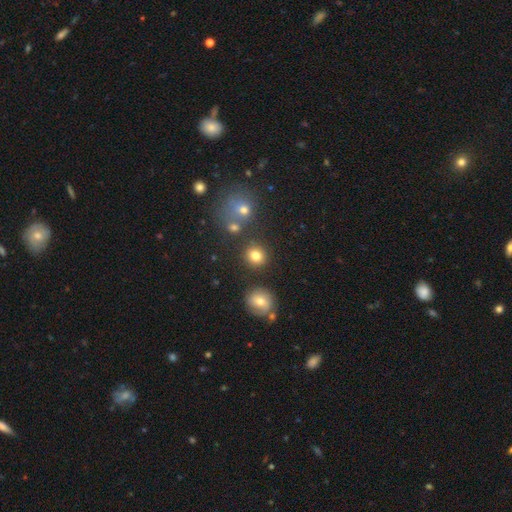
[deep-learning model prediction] Q: Smooth or featured?
A: smooth (80%); runner-up: star or artifact (12%)
Q: How rounded?
A: round (86%); runner-up: in between (13%)
Q: Merging?
A: none (84%); runner-up: minor disturbance (8%)